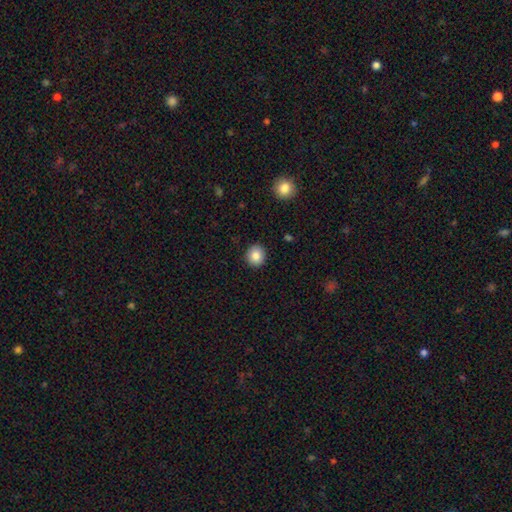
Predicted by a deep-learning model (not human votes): Overall: smooth (84%). How rounded: round (88%). Merging: none (92%).